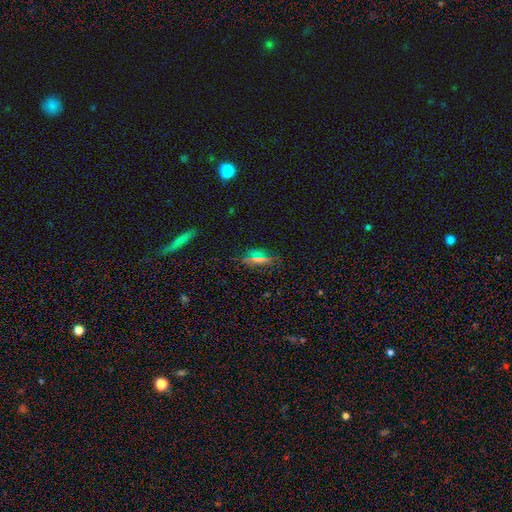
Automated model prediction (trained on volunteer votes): smooth-or-featured: smooth: 54% | star or artifact: 29% | featured or disk: 17%
  how-rounded: in between: 58% | cigar-shaped: 32% | round: 9%
  merging: none: 82% | minor disturbance: 12% | major disturbance: 4% | merger: 2%